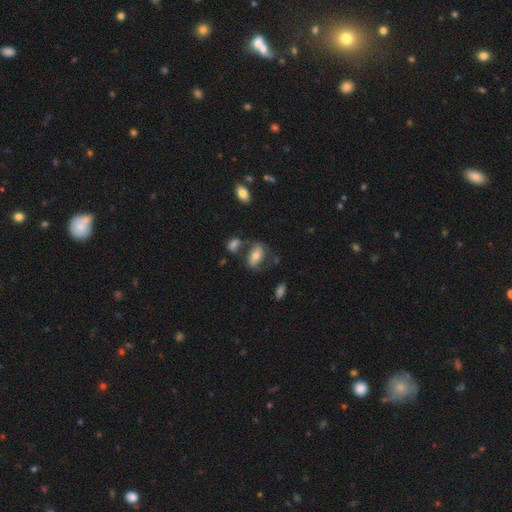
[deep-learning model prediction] Smooth or featured? Predicted: smooth (p=0.47). Merging? Predicted: none (p=0.54).